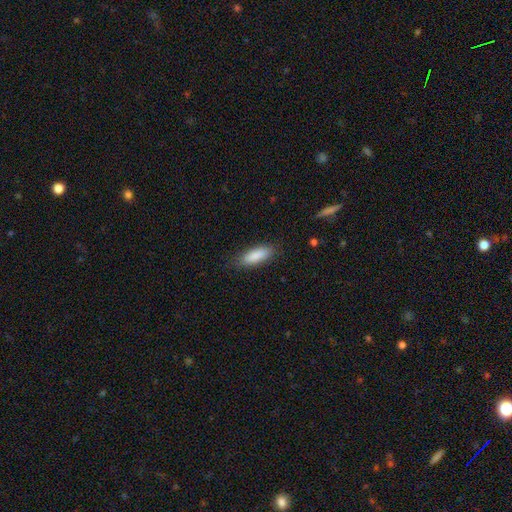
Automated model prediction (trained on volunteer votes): smooth_or_featured: smooth (p=0.87) [alt: featured or disk p=0.07]
how_rounded: in between (p=0.56) [alt: cigar-shaped p=0.42]
merging: none (p=0.84) [alt: minor disturbance p=0.12]